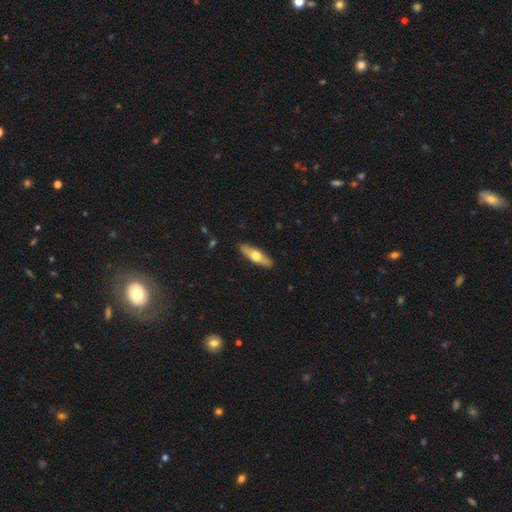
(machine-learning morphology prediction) type=smooth (50%); roundness=cigar-shaped (58%); merging=none (90%).